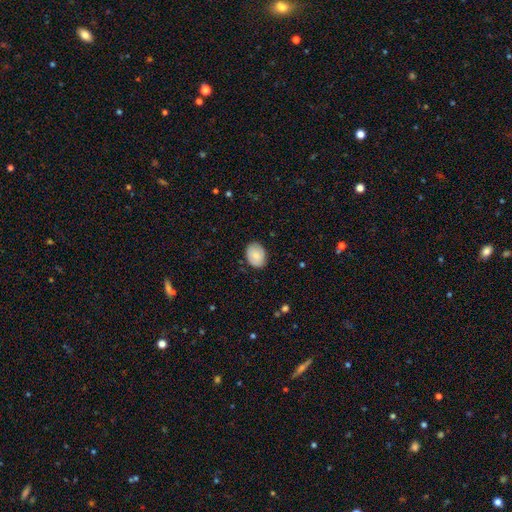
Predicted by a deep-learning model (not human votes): The model was most divided on "how rounded": in between: 70%, round: 30%, cigar-shaped: 1%. More confident: merging — none (83%); smooth or featured — smooth (81%).